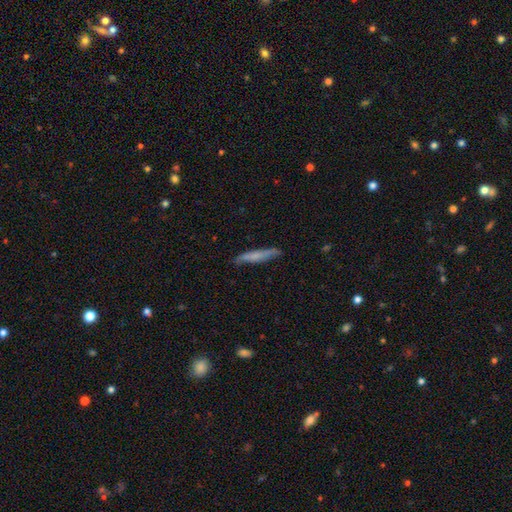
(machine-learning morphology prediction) A smooth galaxy with no disk features (60%) that is cigar-shaped (93%). Merging: none (80%).